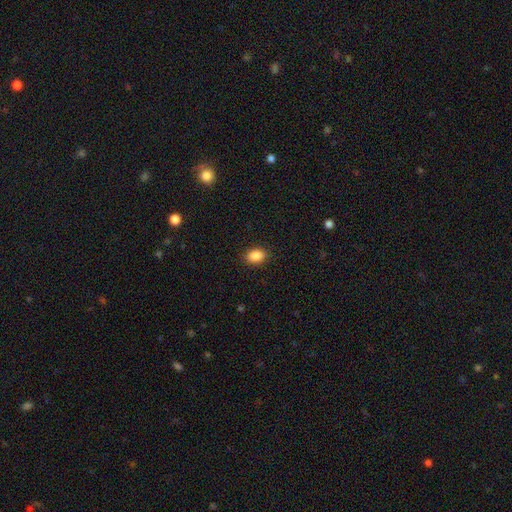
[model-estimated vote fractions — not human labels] Overall: smooth (89%). How rounded: in between (80%). Merging: none (89%).